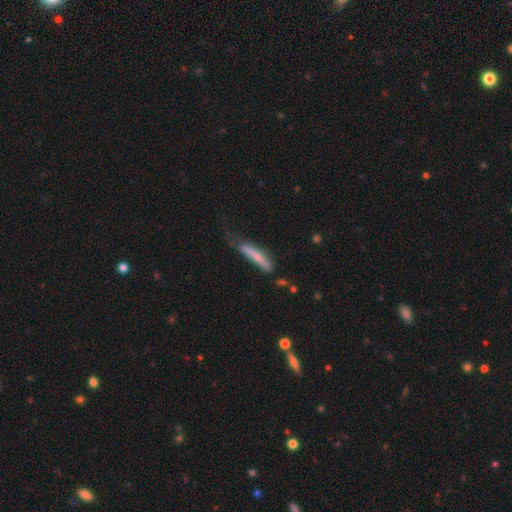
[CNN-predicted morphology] A smooth galaxy with no disk features (64%) that is cigar-shaped (89%). Merging: none (45%).